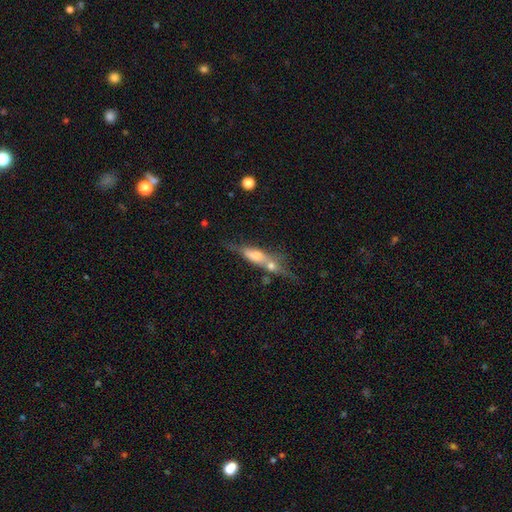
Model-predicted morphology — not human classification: This is possibly a featured or disk galaxy (54%). It is likely viewed edge-on (72%). Merging: marginally none (38%).